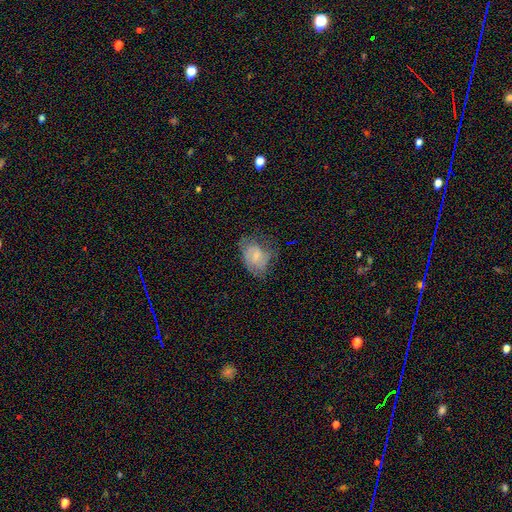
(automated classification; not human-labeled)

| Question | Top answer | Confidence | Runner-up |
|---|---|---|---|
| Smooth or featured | smooth | 50% | featured or disk (41%) |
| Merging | none | 49% | minor disturbance (31%) |